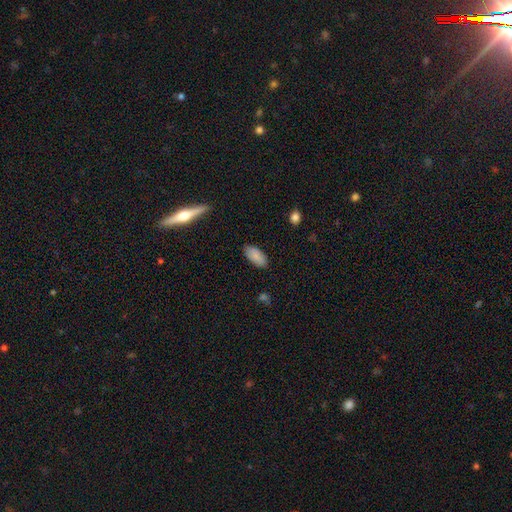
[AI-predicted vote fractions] Overall: smooth (86%). How rounded: in between (92%). Merging: none (86%).